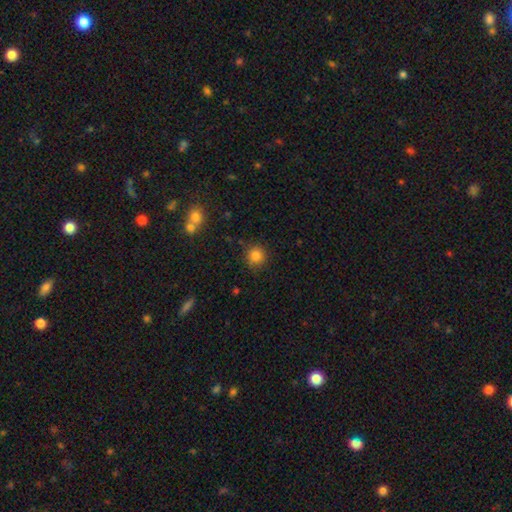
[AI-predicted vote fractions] Smooth or featured?
  - smooth: 83% *
  - star or artifact: 12%
  - featured or disk: 5%
How rounded?
  - round: 92% *
  - in between: 7%
  - cigar-shaped: 1%
Merging?
  - none: 85% *
  - minor disturbance: 10%
  - merger: 3%
  - major disturbance: 3%